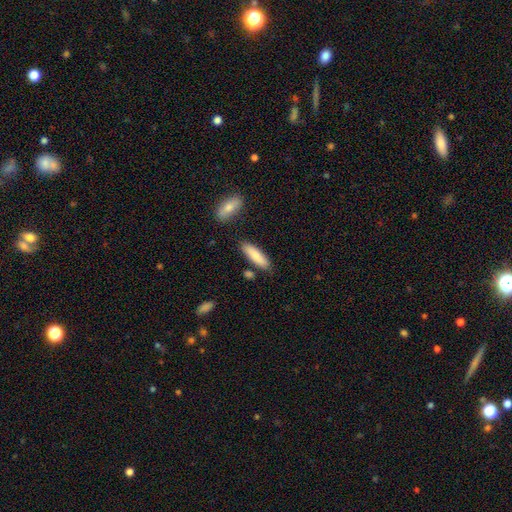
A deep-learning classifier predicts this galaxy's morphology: This appears to be a smooth galaxy with no disk features (84%) that is cigar-shaped (53%). Merging: none (80%).